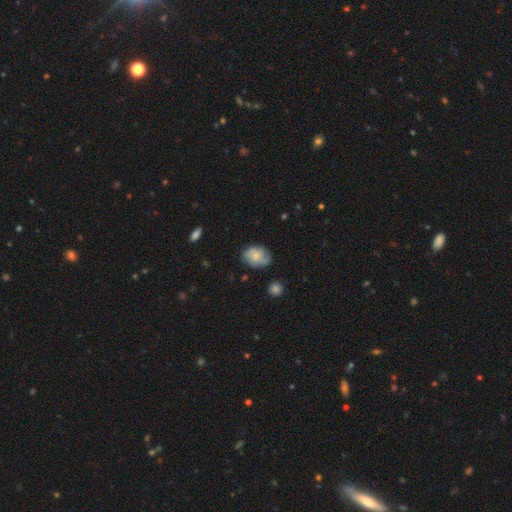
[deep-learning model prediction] Smooth or featured?
  - smooth: 54% *
  - featured or disk: 38%
  - star or artifact: 8%
How rounded?
  - in between: 62% *
  - round: 37%
  - cigar-shaped: 1%
Merging?
  - none: 66% *
  - minor disturbance: 24%
  - major disturbance: 7%
  - merger: 2%